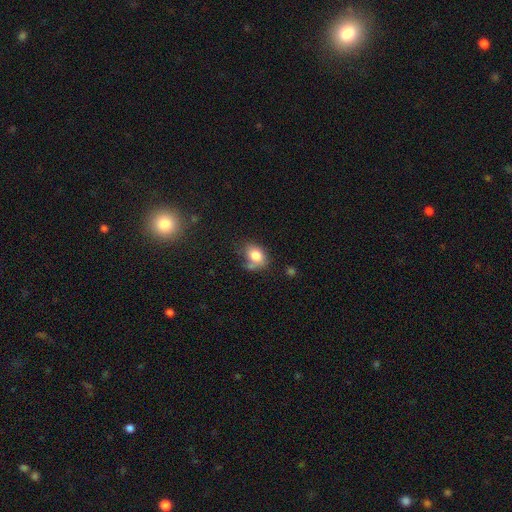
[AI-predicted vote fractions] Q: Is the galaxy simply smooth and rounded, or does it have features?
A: smooth — 77%.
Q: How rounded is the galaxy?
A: in between — 72%.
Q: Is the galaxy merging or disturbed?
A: none — 48%.